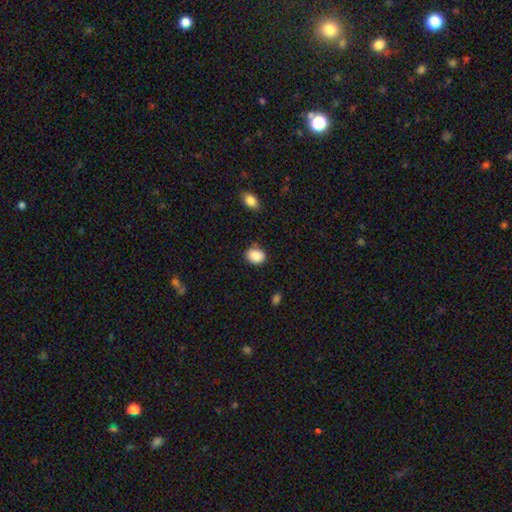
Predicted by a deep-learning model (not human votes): Smooth or featured? Predicted: smooth (p=0.88). How rounded? Predicted: in between (p=0.54). Merging? Predicted: none (p=0.81).